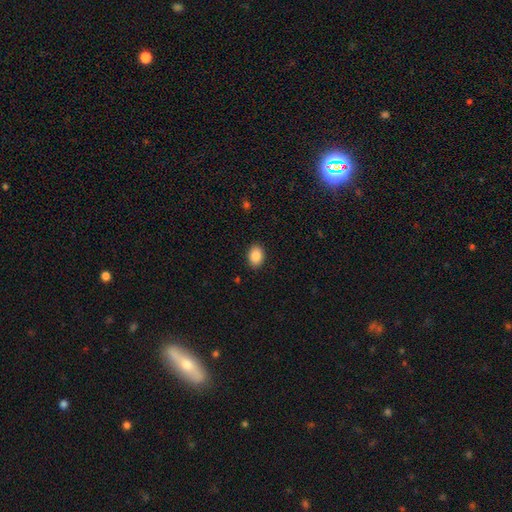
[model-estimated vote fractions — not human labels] This is clearly a smooth galaxy (87%). How rounded: likely in between (70%). Merging: clearly none (90%).